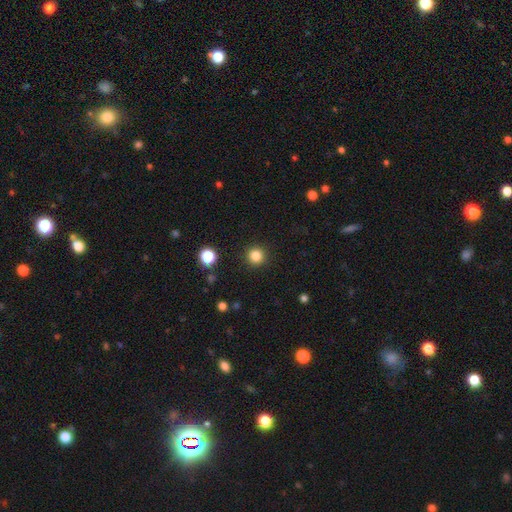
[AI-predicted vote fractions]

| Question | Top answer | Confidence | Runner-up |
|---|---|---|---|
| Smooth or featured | smooth | 84% | star or artifact (12%) |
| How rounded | round | 95% | in between (4%) |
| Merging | none | 92% | minor disturbance (5%) |